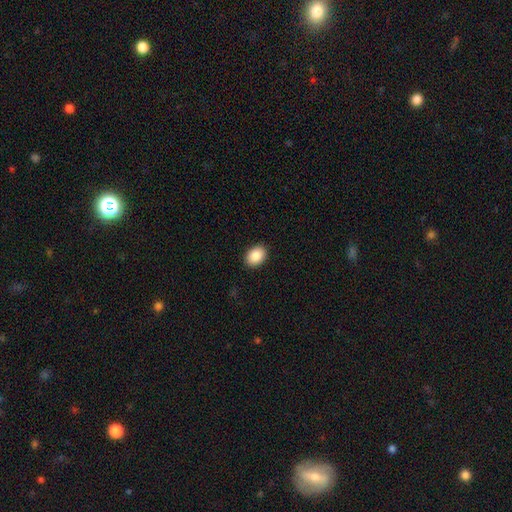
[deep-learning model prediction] The model was most divided on "how rounded": in between: 75%, round: 24%, cigar-shaped: 1%. More confident: merging — none (91%); smooth or featured — smooth (88%).